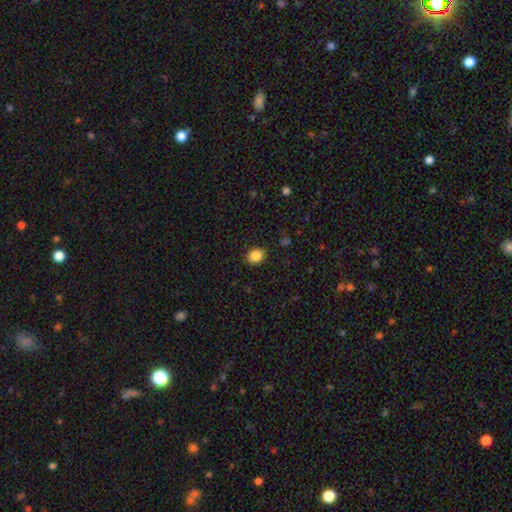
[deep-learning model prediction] Smooth or featured? smooth (86%)
How rounded? in between (54%)
Merging? none (88%)